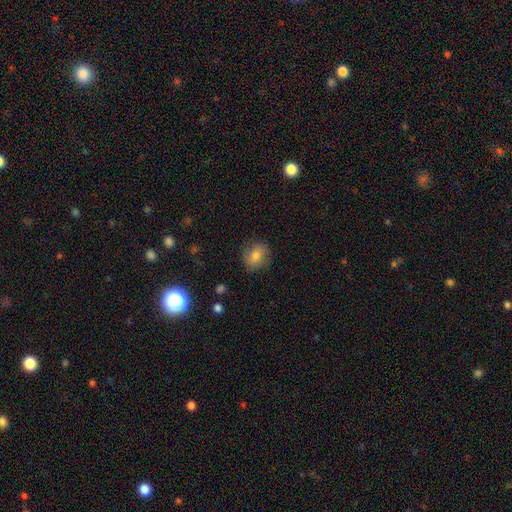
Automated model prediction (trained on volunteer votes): Q: Smooth or featured?
A: smooth (72%); runner-up: featured or disk (17%)
Q: How rounded?
A: round (64%); runner-up: in between (35%)
Q: Merging?
A: none (81%); runner-up: minor disturbance (14%)